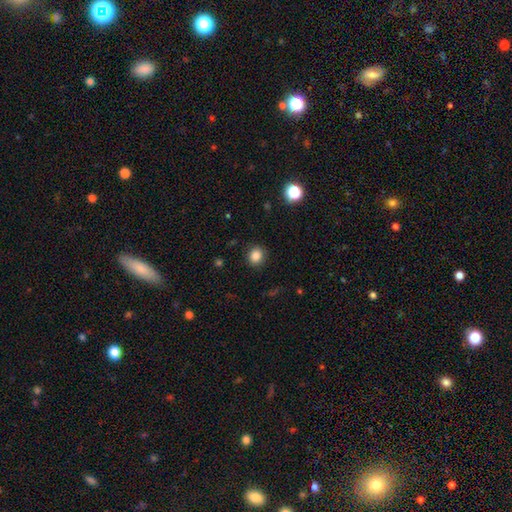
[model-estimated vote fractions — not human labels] Smooth or featured? Predicted: smooth (p=0.84). How rounded? Predicted: round (p=0.82). Merging? Predicted: none (p=0.90).